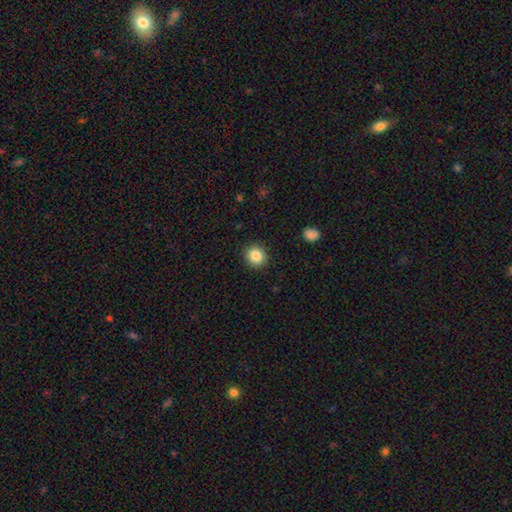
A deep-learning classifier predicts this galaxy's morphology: The model was most divided on "how rounded": round: 84%, in between: 15%, cigar-shaped: 1%. More confident: merging — none (91%); smooth or featured — smooth (86%).